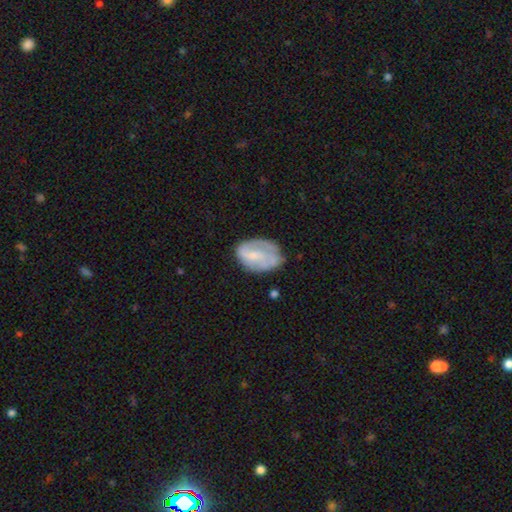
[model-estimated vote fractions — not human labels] A featured or disk galaxy (54%) with no bar (47%), spiral arms (68%) and a small central bulge (46%). Merging: none (54%).